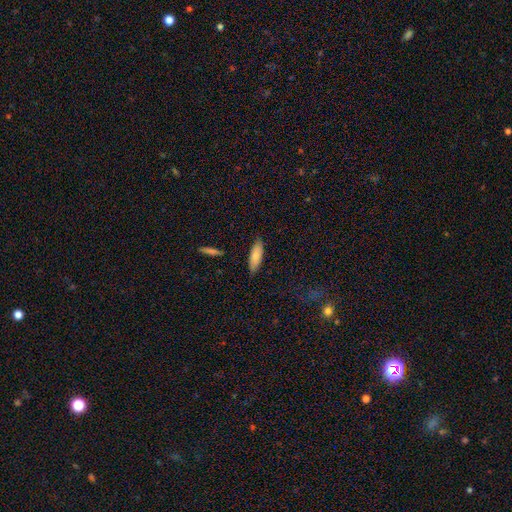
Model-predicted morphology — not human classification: Smooth or featured? smooth (80%)
How rounded? in between (63%)
Merging? none (83%)